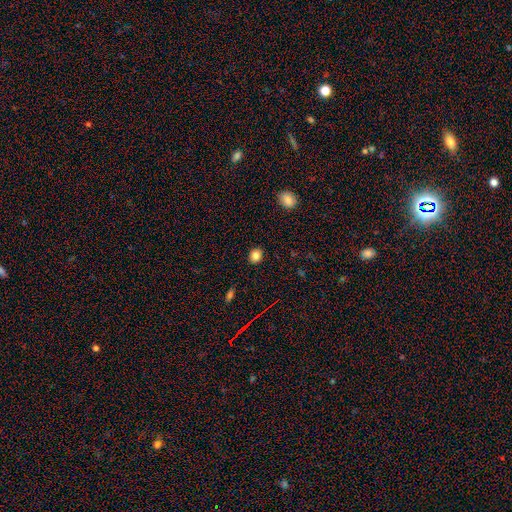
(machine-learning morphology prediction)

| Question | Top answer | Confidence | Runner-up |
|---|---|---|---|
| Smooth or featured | smooth | 83% | star or artifact (12%) |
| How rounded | round | 71% | in between (28%) |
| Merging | none | 90% | minor disturbance (7%) |